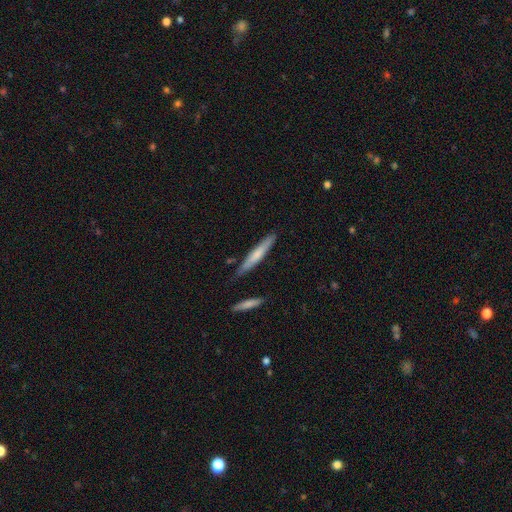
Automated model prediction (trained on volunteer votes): smooth-or-featured: featured or disk: 55% | smooth: 35% | star or artifact: 10%
  disk-edge-on: yes: 93% | no: 7%
    edge-on-bulge: rounded: 66% | none: 27% | boxy: 8%
  merging: none: 86% | minor disturbance: 9% | merger: 3% | major disturbance: 2%